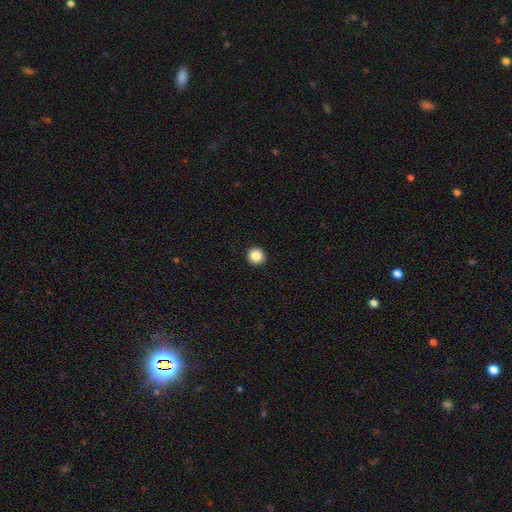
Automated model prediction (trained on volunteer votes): Q: Smooth or featured?
A: smooth (86%); runner-up: star or artifact (10%)
Q: How rounded?
A: round (95%); runner-up: in between (4%)
Q: Merging?
A: none (92%); runner-up: minor disturbance (5%)